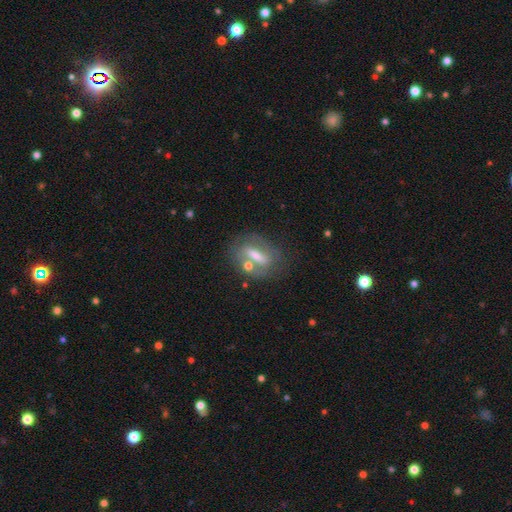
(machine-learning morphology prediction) smooth_or_featured: featured or disk (p=0.50) [alt: smooth p=0.40]
merging: none (p=0.62) [alt: minor disturbance p=0.16]